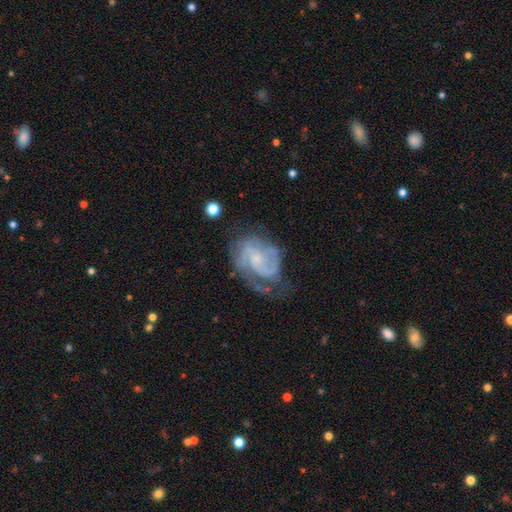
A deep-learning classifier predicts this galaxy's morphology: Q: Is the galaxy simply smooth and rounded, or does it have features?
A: featured or disk — 81%.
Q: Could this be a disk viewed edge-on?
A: no — 98%.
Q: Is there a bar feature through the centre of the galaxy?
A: no — 50%.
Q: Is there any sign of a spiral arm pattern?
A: yes — 94%.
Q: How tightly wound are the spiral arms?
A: tight — 48%.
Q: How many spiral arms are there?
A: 2 — 56%.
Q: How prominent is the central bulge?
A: small — 60%.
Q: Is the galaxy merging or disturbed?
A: none — 60%.